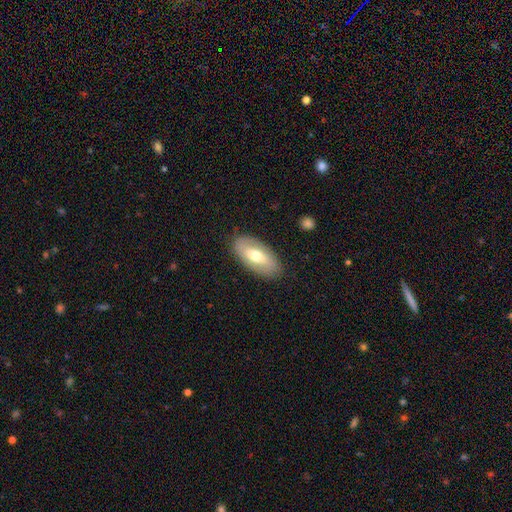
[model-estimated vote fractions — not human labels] The model was most divided on "smooth or featured": smooth: 55%, featured or disk: 40%, star or artifact: 6%. More confident: how rounded — in between (92%); merging — none (85%).